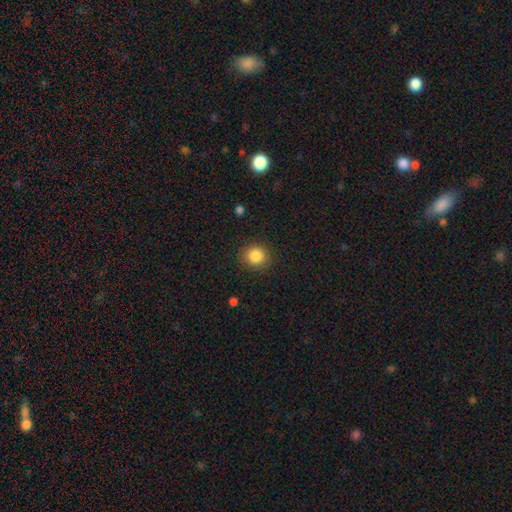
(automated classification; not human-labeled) This appears to be a smooth galaxy with no disk features (86%) that is round (88%). Merging: none (89%).